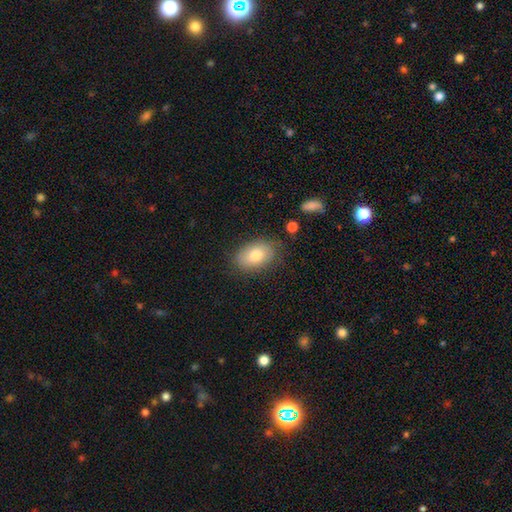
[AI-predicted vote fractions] smooth_or_featured: smooth (p=0.77) [alt: featured or disk p=0.16]
how_rounded: in between (p=0.87) [alt: round p=0.12]
merging: none (p=0.77) [alt: minor disturbance p=0.16]